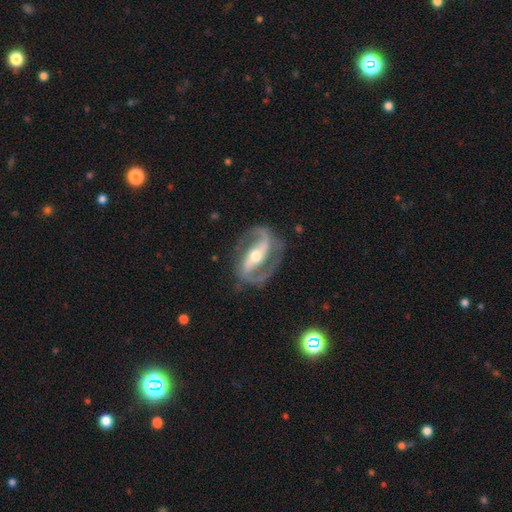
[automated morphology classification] Smooth or featured? Predicted: featured or disk (p=0.91). Edge-on disk? Predicted: no (p=0.96). Bar? Predicted: strong (p=0.54). Spiral arms? Predicted: yes (p=0.96). Spiral winding? Predicted: medium (p=0.56). Spiral arm count? Predicted: 2 (p=0.93). Bulge size? Predicted: moderate (p=0.70). Merging? Predicted: none (p=0.81).